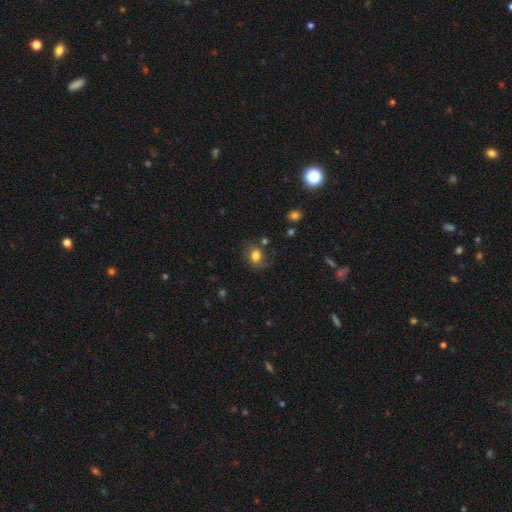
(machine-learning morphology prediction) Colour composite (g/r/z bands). It shows a smooth galaxy with no disk features (71%) that is round (53%). Merging: none (59%).